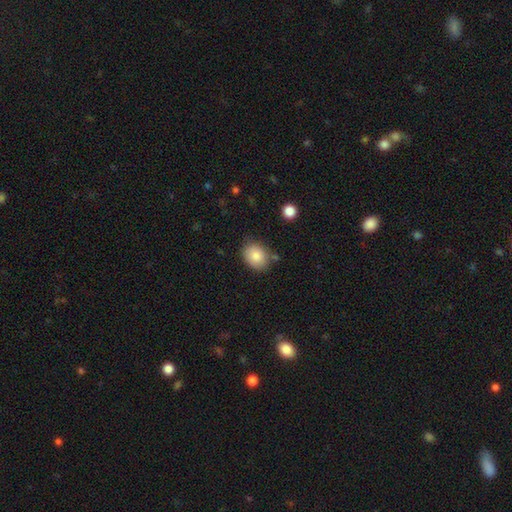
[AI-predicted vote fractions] A smooth galaxy with no disk features (85%) that is in between round and cigar-shaped (57%).

Vote fractions:
- Smooth or featured? smooth: 85% / star or artifact: 8% / featured or disk: 7%
- How rounded? in between: 57% / round: 42% / cigar-shaped: 1%
- Merging? none: 76% / minor disturbance: 15% / merger: 5% / major disturbance: 3%